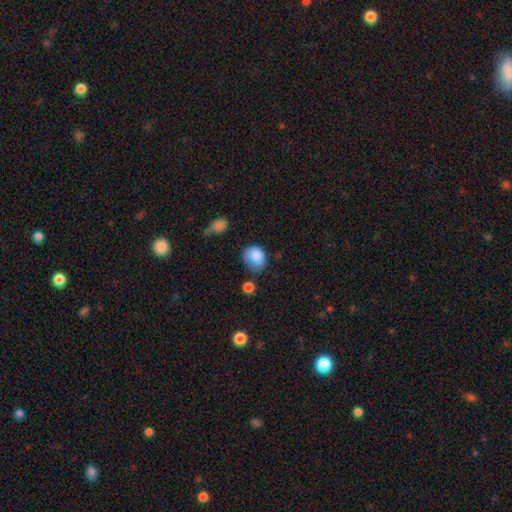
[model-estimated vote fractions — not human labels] smooth-or-featured: smooth: 82% | featured or disk: 9% | star or artifact: 9%
  how-rounded: round: 60% | in between: 39% | cigar-shaped: 1%
  merging: none: 42% | minor disturbance: 38% | major disturbance: 15% | merger: 5%